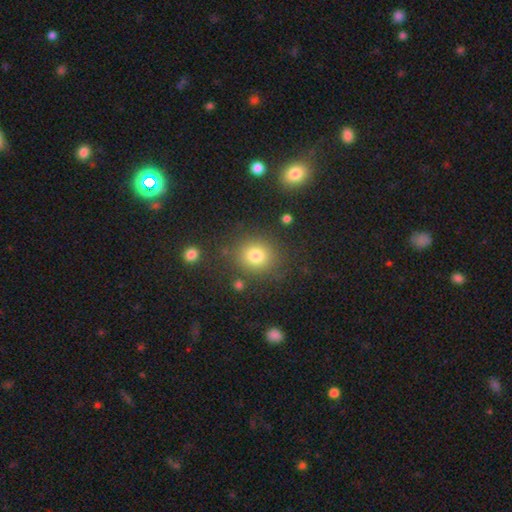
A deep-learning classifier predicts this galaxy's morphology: smooth_or_featured: smooth (p=0.78) [alt: star or artifact p=0.14]
how_rounded: round (p=0.82) [alt: in between p=0.17]
merging: none (p=0.83) [alt: minor disturbance p=0.09]